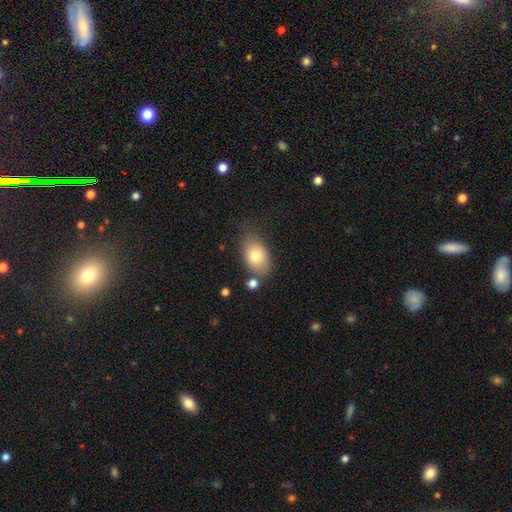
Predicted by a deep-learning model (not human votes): Smooth or featured: smooth — 78% (featured or disk — 14%)
How rounded: in between — 87% (round — 11%)
Merging: none — 66% (minor disturbance — 20%)